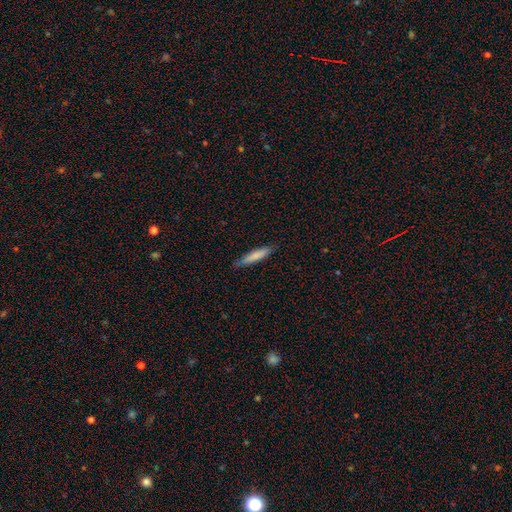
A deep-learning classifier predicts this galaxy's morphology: Smooth or featured? Predicted: smooth (p=0.78). How rounded? Predicted: cigar-shaped (p=0.87). Merging? Predicted: none (p=0.83).